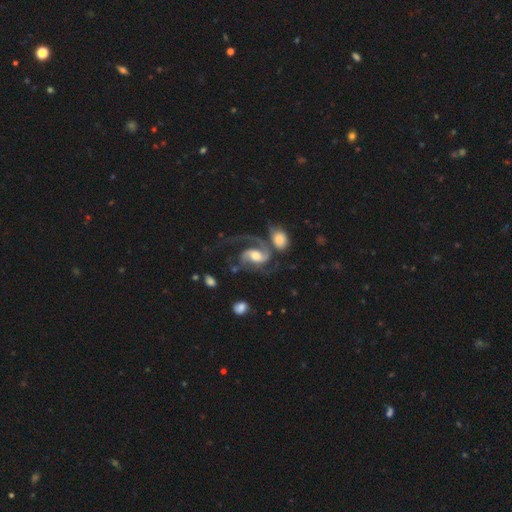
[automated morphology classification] Smooth or featured: featured or disk — 90% (smooth — 5%)
Edge-on disk: no — 98% (yes — 2%)
Bar: weak — 42% (no — 34%)
Spiral arms: yes — 98% (no — 2%)
Spiral winding: medium — 56% (loose — 24%)
Spiral arm count: 2 — 83% (3 — 6%)
Bulge size: moderate — 57% (large — 22%)
Merging: none — 35% (merger — 32%)